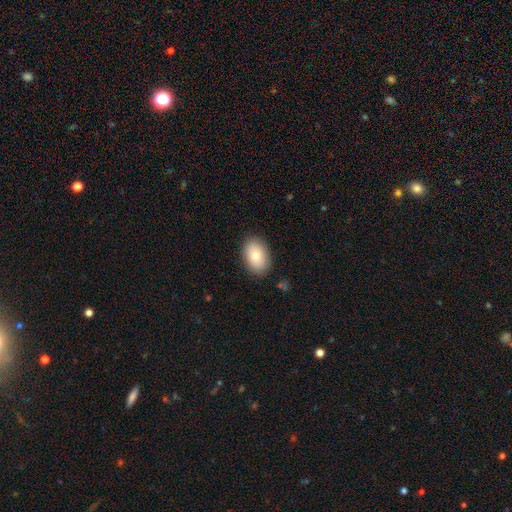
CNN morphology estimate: Smooth or featured? Predicted: smooth (p=0.78). How rounded? Predicted: in between (p=0.88). Merging? Predicted: none (p=0.86).